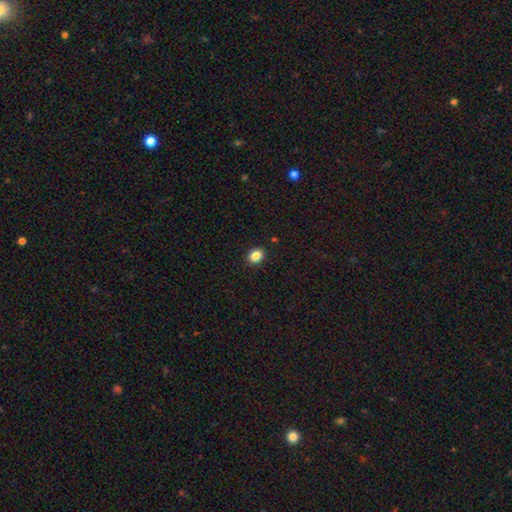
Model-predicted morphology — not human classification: smooth_or_featured: smooth (p=0.85) [alt: star or artifact p=0.10]
how_rounded: in between (p=0.51) [alt: round p=0.48]
merging: none (p=0.91) [alt: minor disturbance p=0.06]